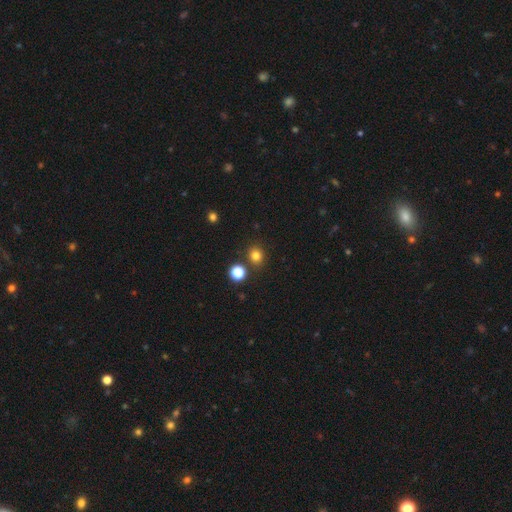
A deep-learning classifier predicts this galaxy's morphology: This appears to be a smooth galaxy with no disk features (79%) that is round (78%). Merging: none (82%).